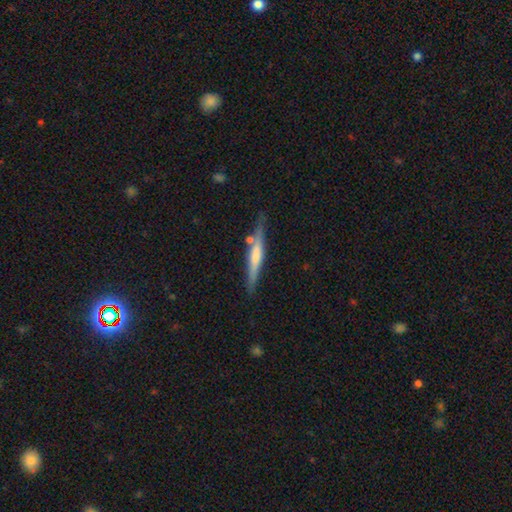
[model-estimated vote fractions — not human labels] A featured or disk galaxy (50%) viewed edge-on (95%). Merging: none (77%).